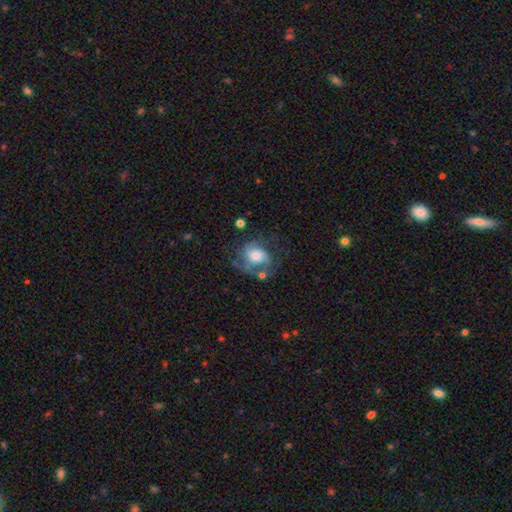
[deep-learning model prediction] Smooth or featured: featured or disk — 58% (smooth — 34%)
Edge-on disk: no — 97% (yes — 3%)
Bar: no — 73% (weak — 22%)
Spiral arms: yes — 78% (no — 22%)
Bulge size: moderate — 53% (small — 22%)
Merging: none — 44% (major disturbance — 26%)